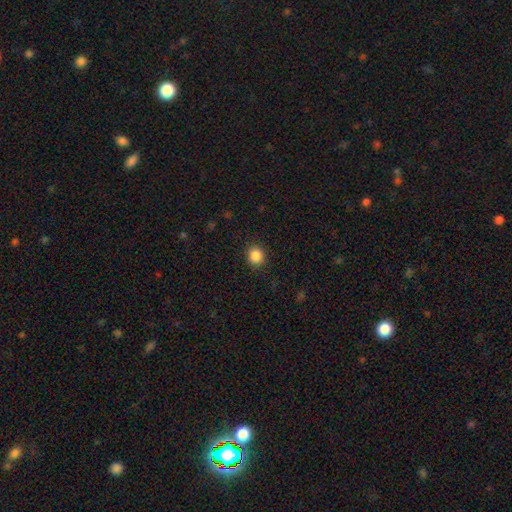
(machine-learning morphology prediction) The model was most divided on "how rounded": round: 82%, in between: 17%, cigar-shaped: 1%. More confident: merging — none (89%); smooth or featured — smooth (87%).